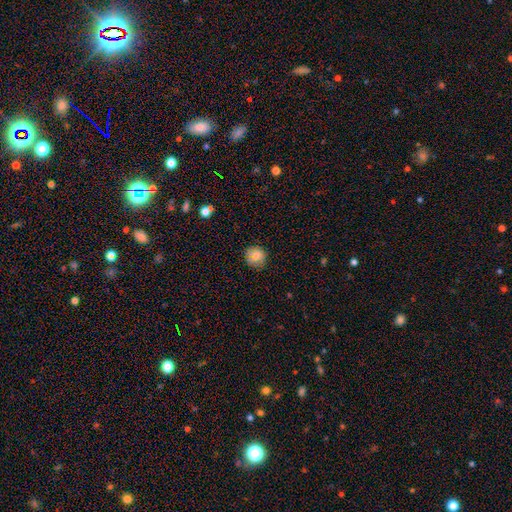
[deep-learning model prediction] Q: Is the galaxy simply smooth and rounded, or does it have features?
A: smooth — 79%.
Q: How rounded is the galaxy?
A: round — 86%.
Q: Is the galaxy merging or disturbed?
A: none — 78%.